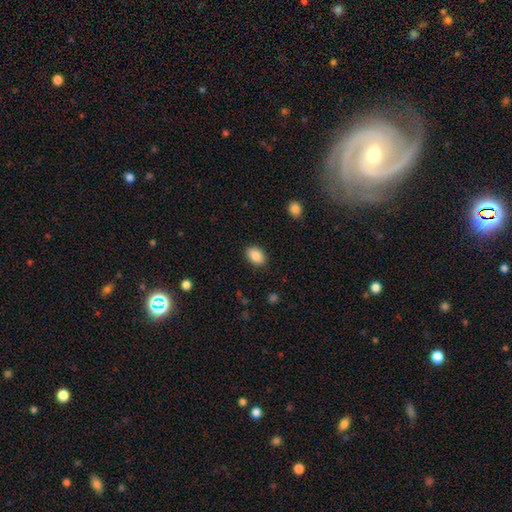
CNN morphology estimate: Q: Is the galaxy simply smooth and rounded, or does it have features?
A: smooth — 88%.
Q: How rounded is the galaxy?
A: in between — 84%.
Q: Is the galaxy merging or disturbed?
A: none — 88%.